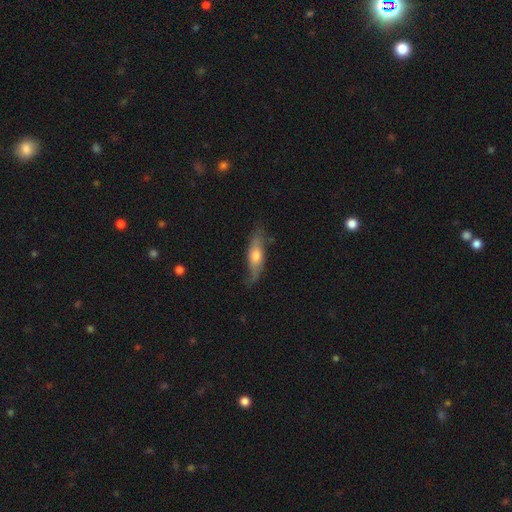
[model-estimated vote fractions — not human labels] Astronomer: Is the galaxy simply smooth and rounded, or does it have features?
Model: smooth — 48% (runner-up: featured or disk, 45%).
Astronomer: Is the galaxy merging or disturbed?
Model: none — 64%.